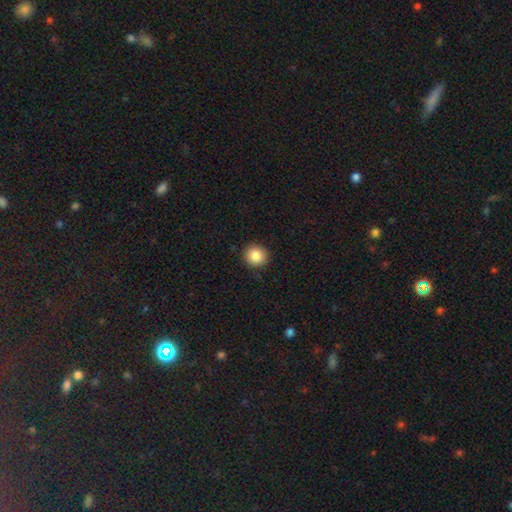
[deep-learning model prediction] Smooth or featured? Predicted: smooth (p=0.86). How rounded? Predicted: round (p=0.93). Merging? Predicted: none (p=0.91).